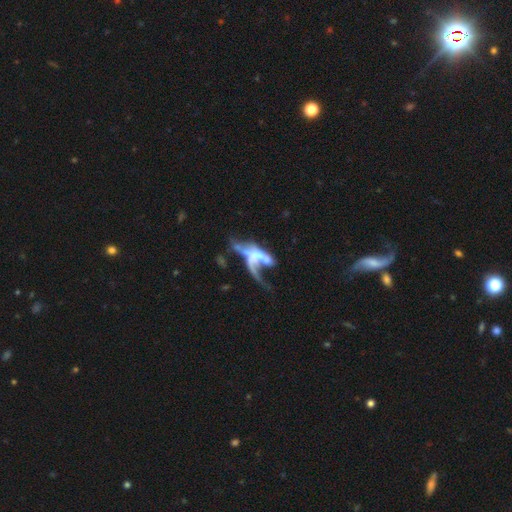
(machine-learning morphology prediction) A featured or disk galaxy (68%) with no bar (65%), no spiral arms (56%) and no central bulge (33%). Merging: major disturbance (40%).